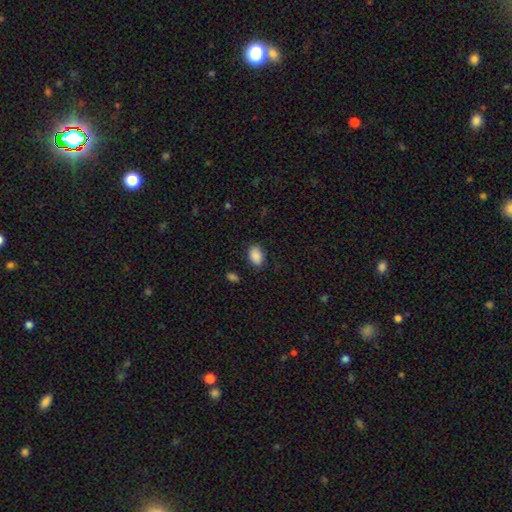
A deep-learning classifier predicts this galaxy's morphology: Smooth or featured? Predicted: smooth (p=0.89). How rounded? Predicted: in between (p=0.85). Merging? Predicted: none (p=0.84).